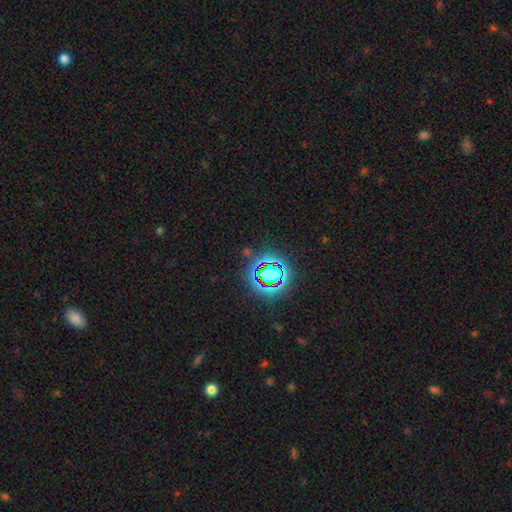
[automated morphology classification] Overall: star or artifact (76%).